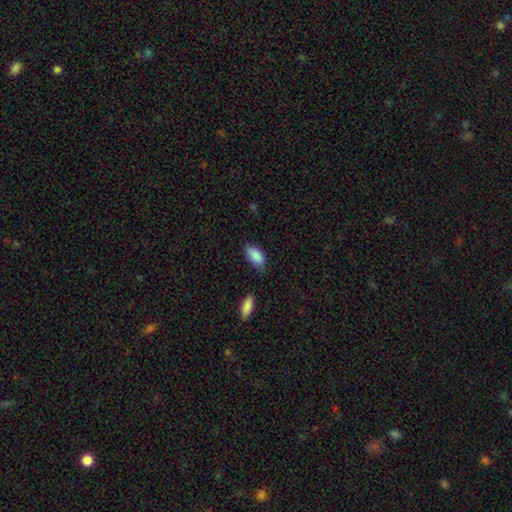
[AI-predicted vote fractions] A smooth galaxy with no disk features (88%) that is in between round and cigar-shaped (91%). Merging: none (70%).